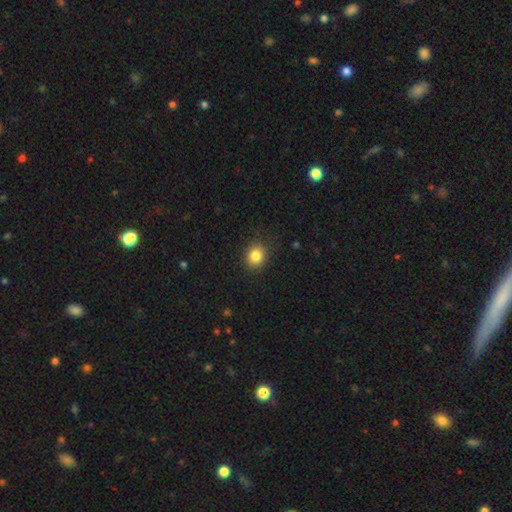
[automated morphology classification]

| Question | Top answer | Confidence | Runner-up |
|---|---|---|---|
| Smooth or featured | smooth | 84% | star or artifact (10%) |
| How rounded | round | 66% | in between (33%) |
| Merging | none | 89% | minor disturbance (8%) |